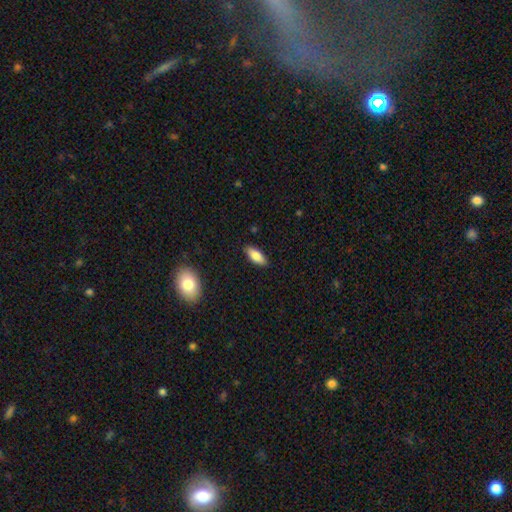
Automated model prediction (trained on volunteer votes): Morphology: type=smooth (82%); roundness=in between (79%); merging=none (88%).